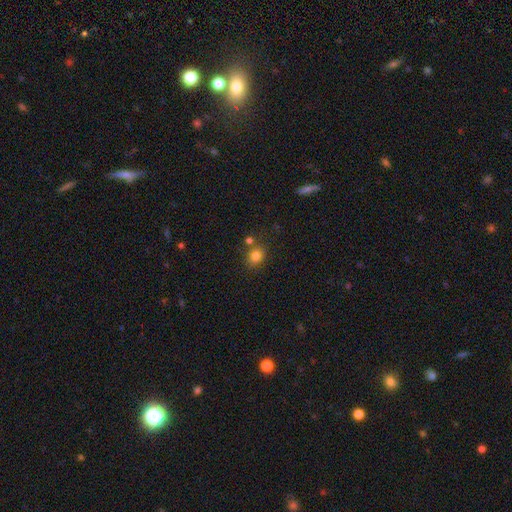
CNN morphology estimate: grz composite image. It shows a smooth galaxy with no disk features (80%) that is round (67%). Merging: none (73%).